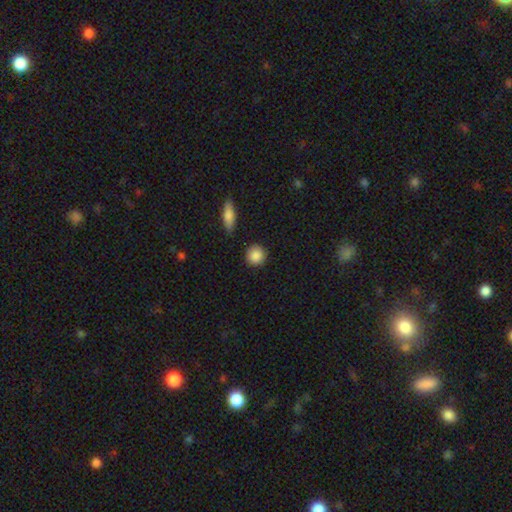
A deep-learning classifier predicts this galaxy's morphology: Smooth or featured? Predicted: smooth (p=0.88). How rounded? Predicted: round (p=0.91). Merging? Predicted: none (p=0.89).